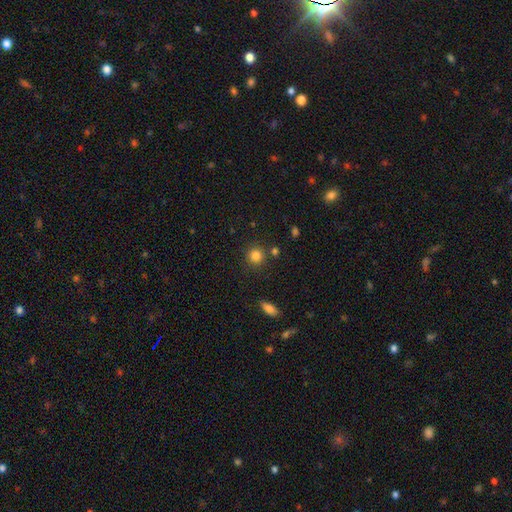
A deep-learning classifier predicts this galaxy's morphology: The model was most divided on "smooth or featured": smooth: 83%, star or artifact: 11%, featured or disk: 5%. More confident: how rounded — round (91%); merging — none (83%).